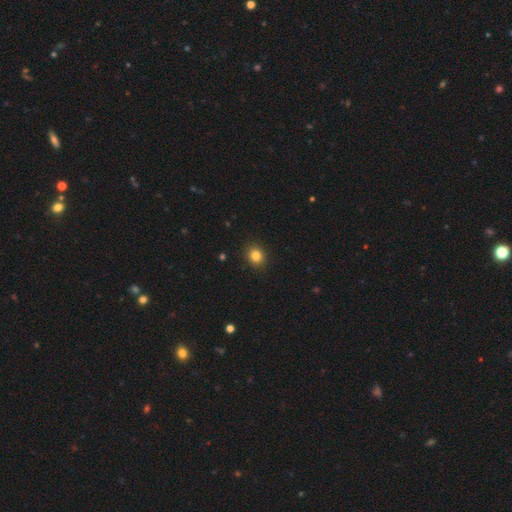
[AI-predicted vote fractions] smooth-or-featured: smooth: 83% | star or artifact: 12% | featured or disk: 5%
  how-rounded: round: 74% | in between: 26% | cigar-shaped: 1%
  merging: none: 91% | minor disturbance: 6% | major disturbance: 2% | merger: 1%